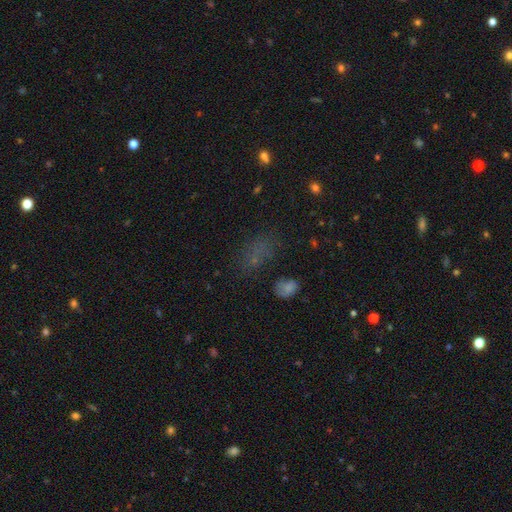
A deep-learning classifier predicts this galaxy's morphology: Q: Smooth or featured?
A: smooth (51%); runner-up: star or artifact (36%)
Q: How rounded?
A: in between (79%); runner-up: round (15%)
Q: Merging?
A: none (61%); runner-up: minor disturbance (19%)